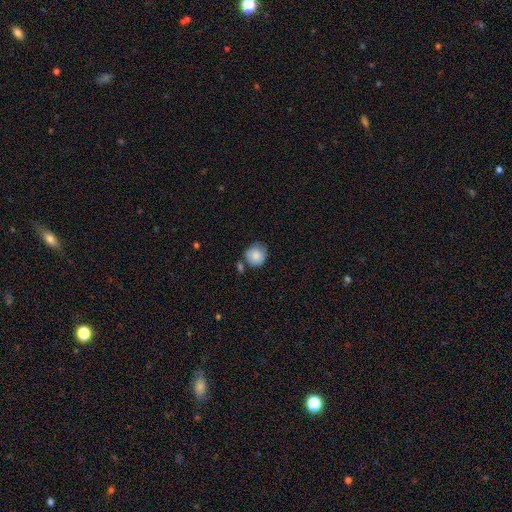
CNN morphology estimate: The model was most divided on "merging": none: 63%, minor disturbance: 22%, merger: 10%, major disturbance: 5%. More confident: how rounded — round (89%); smooth or featured — smooth (83%).